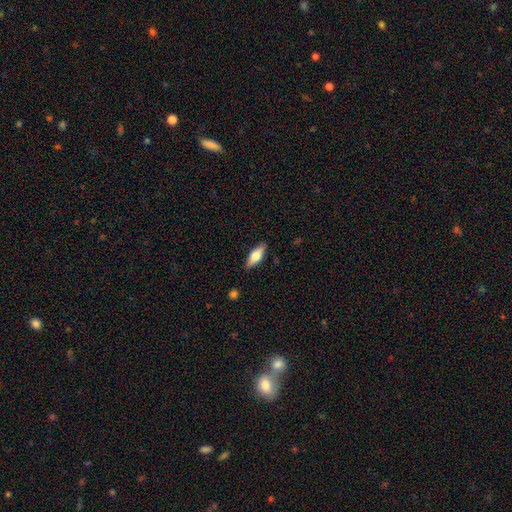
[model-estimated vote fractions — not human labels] A smooth galaxy with no disk features (62%) that is in between round and cigar-shaped (66%). Merging: none (86%).